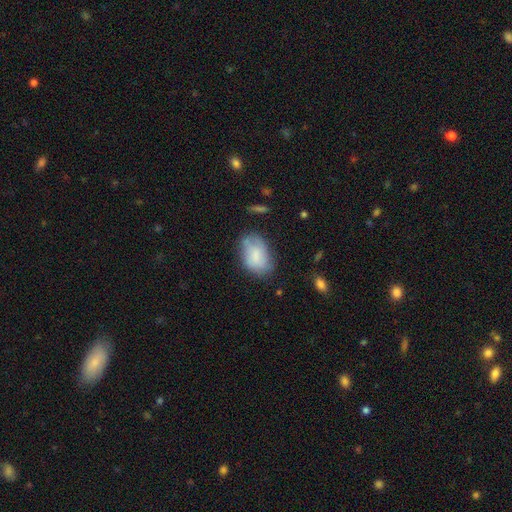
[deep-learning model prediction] This appears to be a smooth galaxy with no disk features (73%) that is in between round and cigar-shaped (88%). Merging: none (55%).